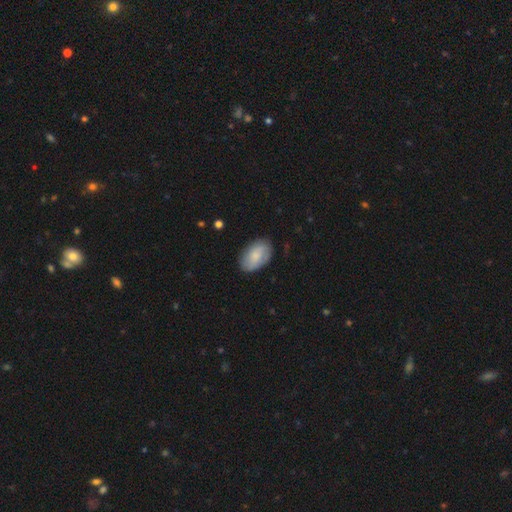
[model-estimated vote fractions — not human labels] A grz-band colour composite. It shows a smooth galaxy with no disk features (75%) that is in between round and cigar-shaped (93%). Merging: none (81%).